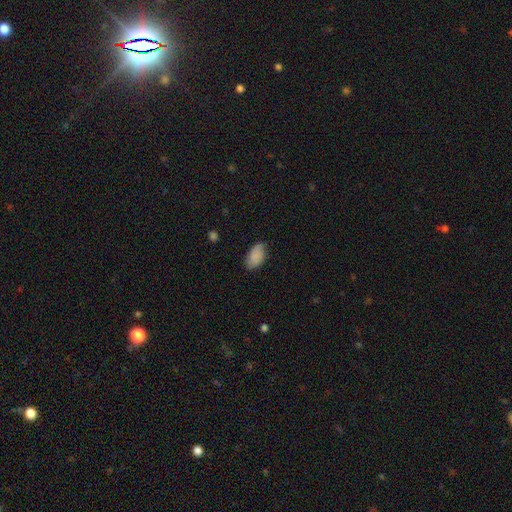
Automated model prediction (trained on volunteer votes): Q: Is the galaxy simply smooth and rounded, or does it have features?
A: smooth — 85%.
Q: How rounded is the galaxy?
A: in between — 93%.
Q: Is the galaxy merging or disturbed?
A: none — 72%.